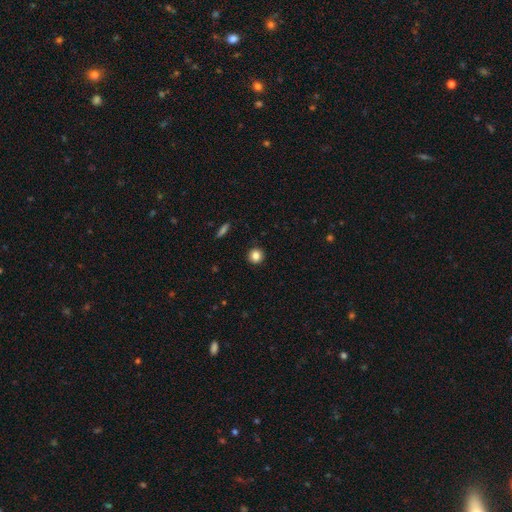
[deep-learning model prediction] Morphology: type=smooth (84%); roundness=round (94%); merging=none (92%).